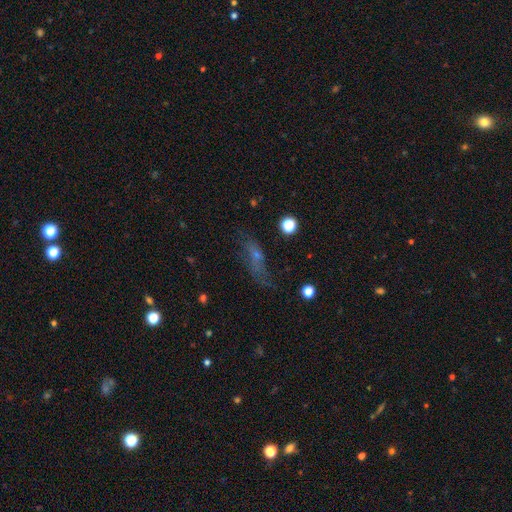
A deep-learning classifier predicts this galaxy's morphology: smooth_or_featured: smooth (p=0.43) [alt: featured or disk p=0.38]
merging: none (p=0.51) [alt: minor disturbance p=0.25]